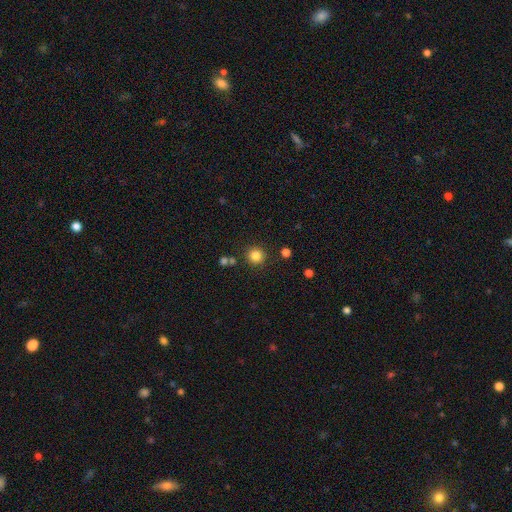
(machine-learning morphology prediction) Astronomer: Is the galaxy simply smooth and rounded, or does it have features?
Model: smooth — 83%.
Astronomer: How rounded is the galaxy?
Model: round — 94%.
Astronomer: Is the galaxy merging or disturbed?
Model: none — 87%.